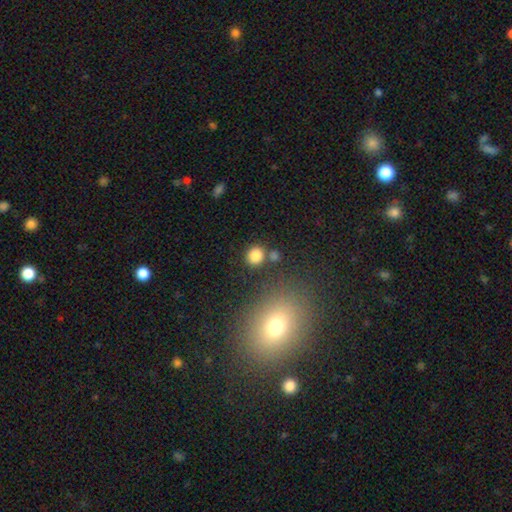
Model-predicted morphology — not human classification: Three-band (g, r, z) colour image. It shows a smooth galaxy with no disk features (83%) that is round (86%). Merging: none (78%).